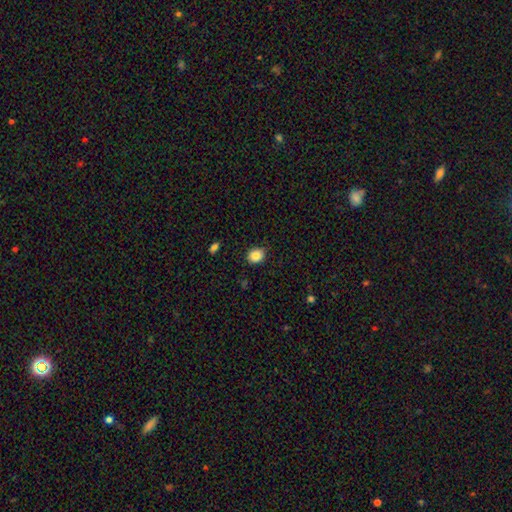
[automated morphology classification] smooth-or-featured: smooth: 84% | star or artifact: 10% | featured or disk: 6%
  how-rounded: round: 66% | in between: 33% | cigar-shaped: 1%
  merging: none: 86% | minor disturbance: 11% | major disturbance: 2% | merger: 1%